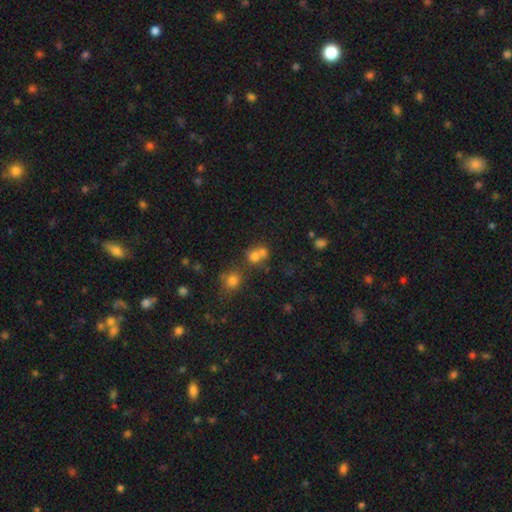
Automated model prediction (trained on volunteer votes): A smooth galaxy with no disk features (67%) that is round (74%).

Vote fractions:
- Smooth or featured? smooth: 67% / star or artifact: 19% / featured or disk: 14%
- How rounded? round: 74% / in between: 25% / cigar-shaped: 1%
- Merging? merger: 52% / none: 36% / minor disturbance: 7% / major disturbance: 4%